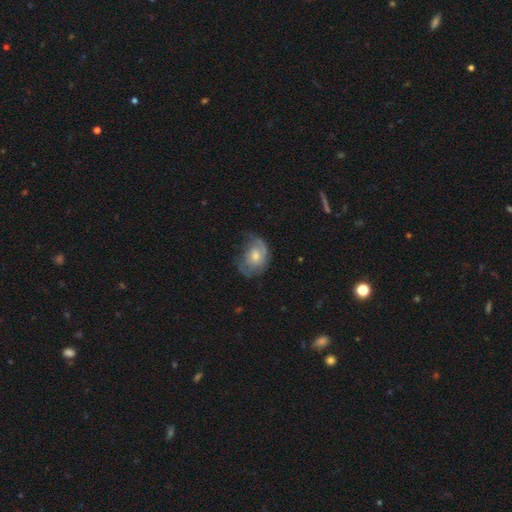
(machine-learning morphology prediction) Overall: featured or disk (52%; smooth 41%). Edge-on disk: no (96%). Merging: none (43%; minor disturbance 31%).